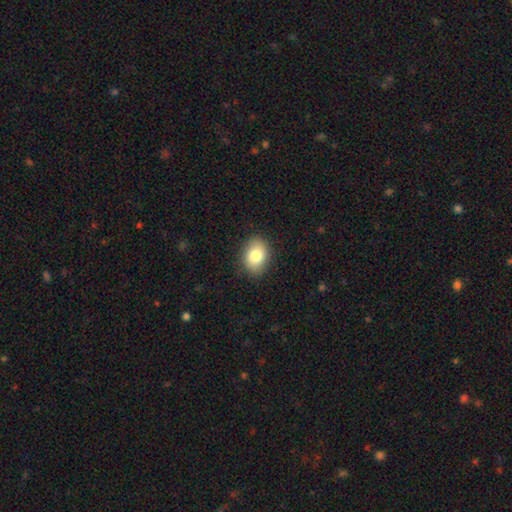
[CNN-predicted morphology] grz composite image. It shows a smooth galaxy with no disk features (82%) that is in between round and cigar-shaped (75%). Merging: none (87%).